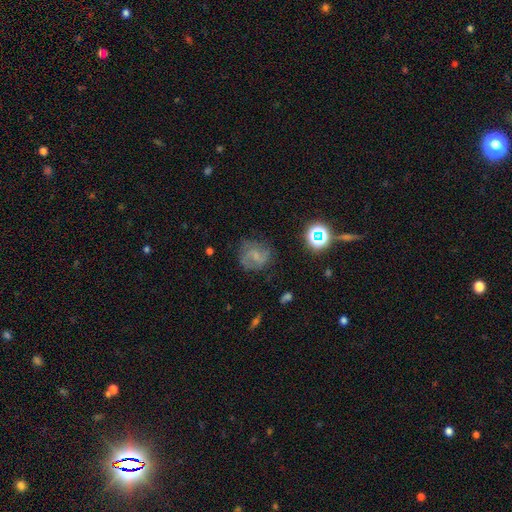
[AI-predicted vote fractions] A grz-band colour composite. It shows a featured or disk galaxy (46%). Merging: none (64%).